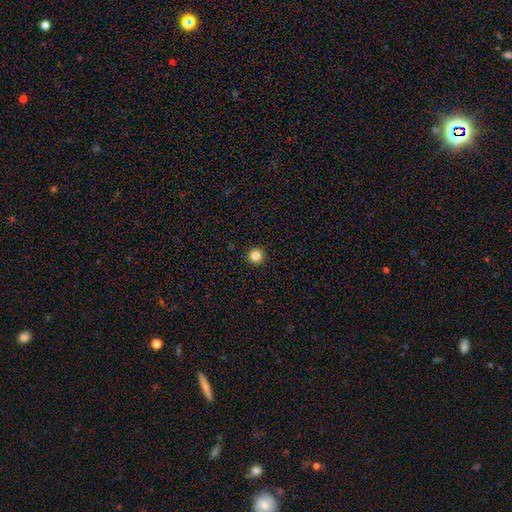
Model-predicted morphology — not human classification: Smooth or featured?
  - smooth: 84% *
  - star or artifact: 12%
  - featured or disk: 4%
How rounded?
  - round: 96% *
  - in between: 3%
  - cigar-shaped: 1%
Merging?
  - none: 94% *
  - minor disturbance: 4%
  - major disturbance: 1%
  - merger: 1%